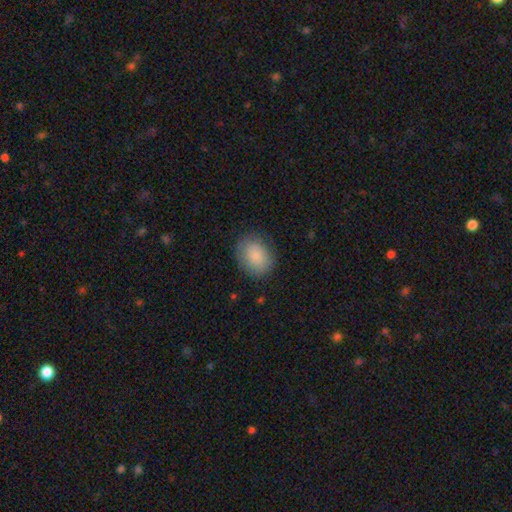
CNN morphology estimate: smooth 85%, featured or disk 8%, star or artifact 7%. Down the decision tree: how rounded — in between (55%); merging — none (81%).